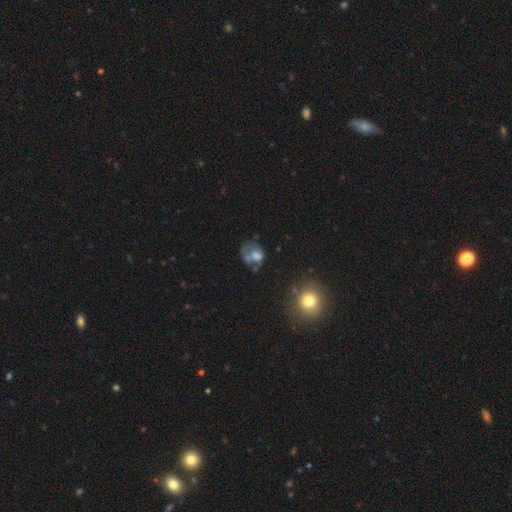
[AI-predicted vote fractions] The model was most divided on "merging": none: 34%, major disturbance: 31%, minor disturbance: 23%, merger: 13%. Remaining: smooth or featured — smooth (48%).